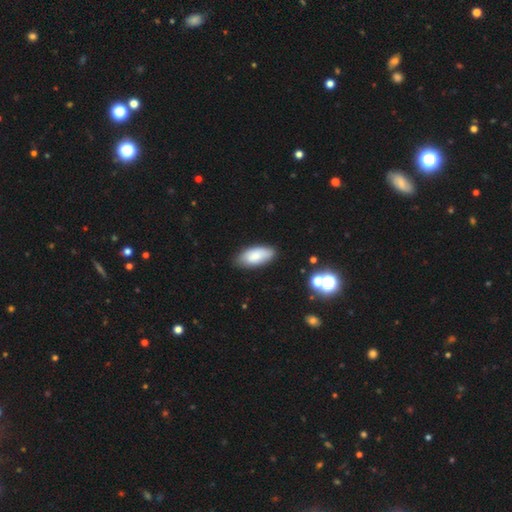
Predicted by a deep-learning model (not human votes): Smooth or featured?
  - smooth: 80% *
  - featured or disk: 13%
  - star or artifact: 7%
How rounded?
  - in between: 90% *
  - cigar-shaped: 8%
  - round: 2%
Merging?
  - none: 81% *
  - minor disturbance: 15%
  - major disturbance: 3%
  - merger: 2%